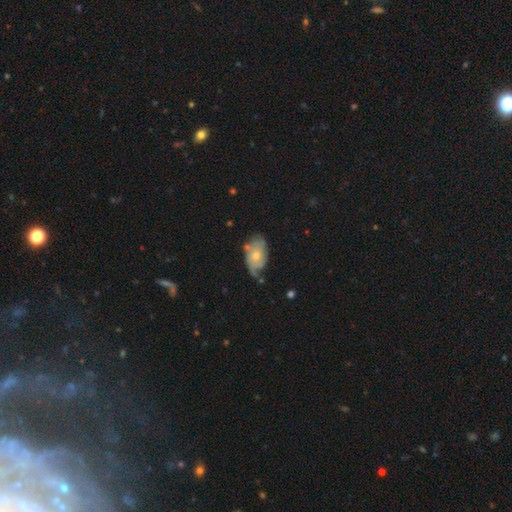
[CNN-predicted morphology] The model was most divided on "smooth or featured": smooth: 48%, featured or disk: 45%, star or artifact: 6%. Remaining: merging — none (43%).